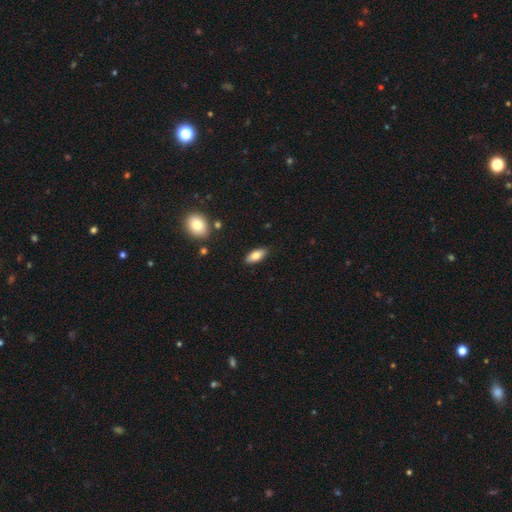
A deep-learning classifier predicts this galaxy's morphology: smooth_or_featured: smooth (p=0.76) [alt: featured or disk p=0.17]
how_rounded: in between (p=0.84) [alt: cigar-shaped p=0.13]
merging: none (p=0.88) [alt: minor disturbance p=0.09]